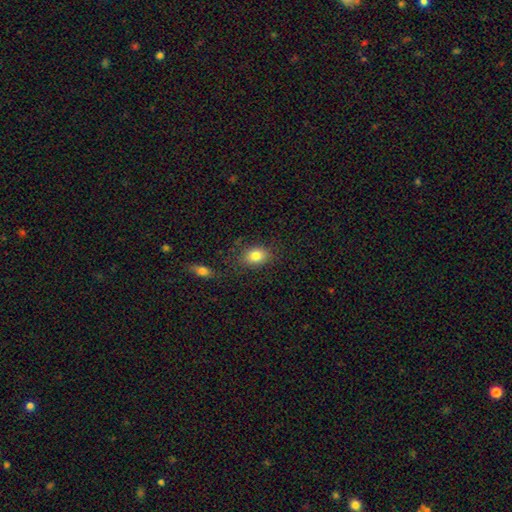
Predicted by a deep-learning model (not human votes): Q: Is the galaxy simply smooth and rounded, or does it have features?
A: smooth — 82%.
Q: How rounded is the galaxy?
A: in between — 67%.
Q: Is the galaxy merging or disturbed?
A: none — 79%.